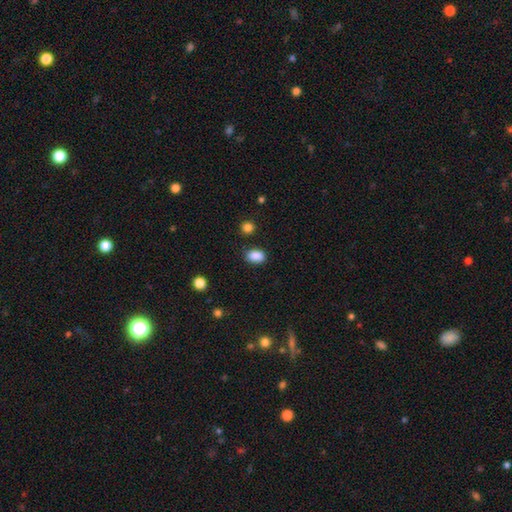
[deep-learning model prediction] A smooth galaxy with no disk features (88%) that is in between round and cigar-shaped (79%). Merging: none (83%).